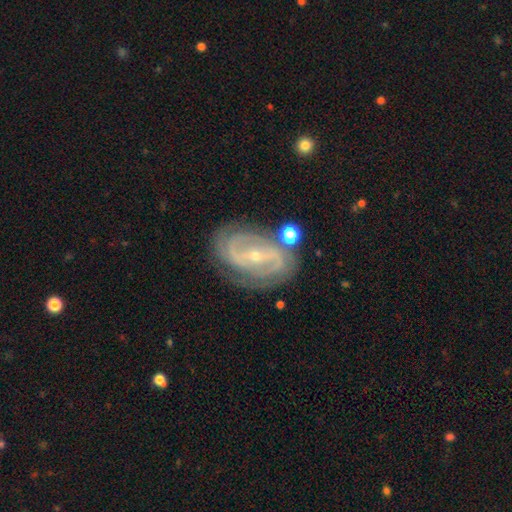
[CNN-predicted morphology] The model was most divided on "bar": strong: 41%, weak: 34%, no: 26%. More confident: edge-on disk — no (96%); spiral arms — yes (96%); smooth or featured — featured or disk (88%); bulge size — small (76%); merging — none (73%); spiral arm count — 2 (62%); spiral winding — tight (53%).